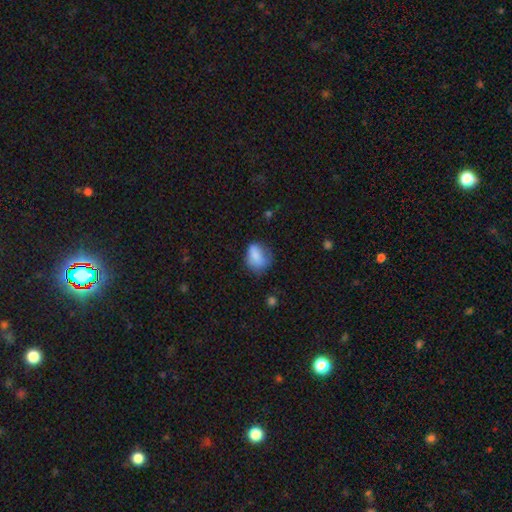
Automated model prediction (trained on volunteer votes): smooth_or_featured: smooth (p=0.78) [alt: featured or disk p=0.12]
how_rounded: in between (p=0.67) [alt: round p=0.31]
merging: none (p=0.42) [alt: minor disturbance p=0.35]